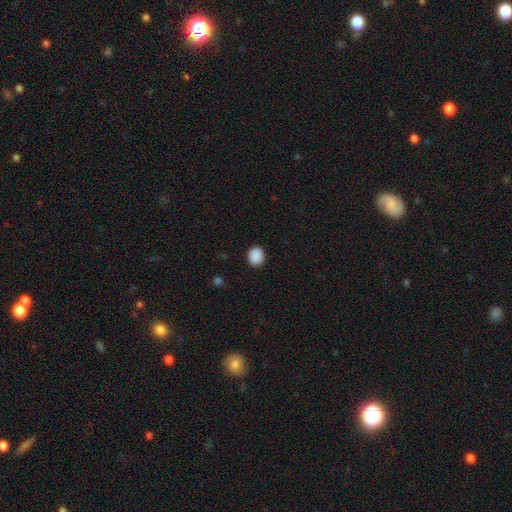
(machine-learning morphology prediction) smooth_or_featured: smooth (p=0.90) [alt: star or artifact p=0.08]
how_rounded: round (p=0.60) [alt: in between p=0.39]
merging: none (p=0.90) [alt: minor disturbance p=0.07]